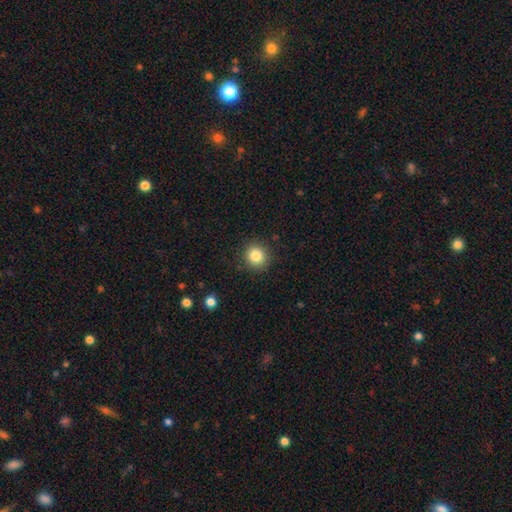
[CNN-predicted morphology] smooth-or-featured: smooth: 84% | star or artifact: 11% | featured or disk: 6%
  how-rounded: round: 91% | in between: 8% | cigar-shaped: 1%
  merging: none: 90% | minor disturbance: 7% | major disturbance: 2% | merger: 1%